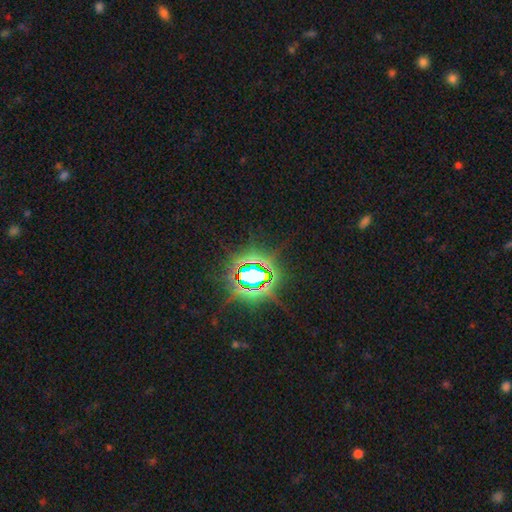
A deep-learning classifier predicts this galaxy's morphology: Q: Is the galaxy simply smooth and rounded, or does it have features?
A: star or artifact — 83%.